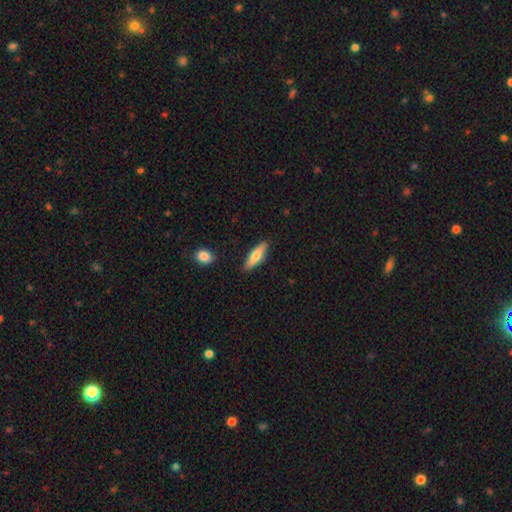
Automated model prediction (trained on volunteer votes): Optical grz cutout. It shows a smooth galaxy with no disk features (67%) that is cigar-shaped (64%). Merging: none (86%).